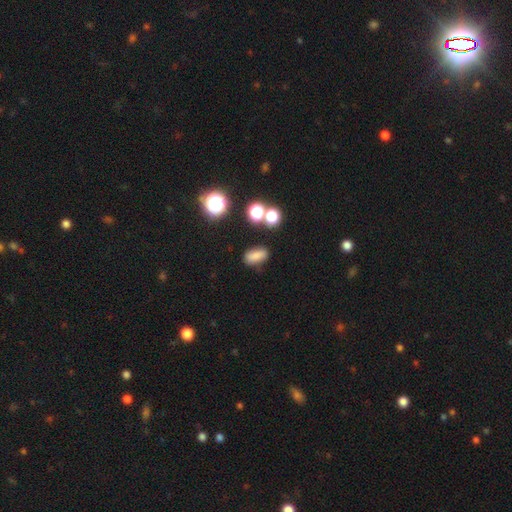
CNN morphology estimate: Smooth or featured: smooth — 78% (star or artifact — 14%)
How rounded: in between — 82% (round — 11%)
Merging: none — 78% (minor disturbance — 13%)